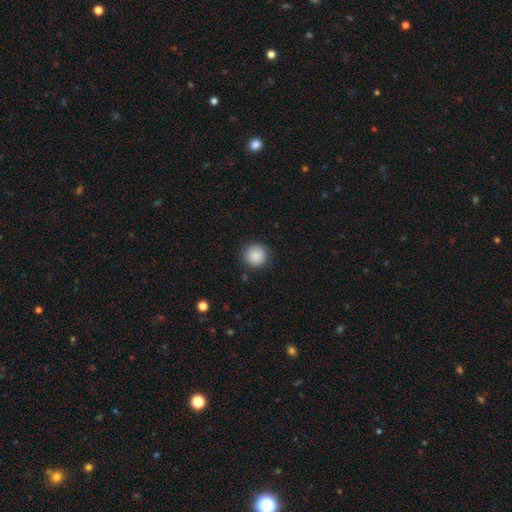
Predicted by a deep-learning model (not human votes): The model was most divided on "merging": none: 86%, minor disturbance: 10%, major disturbance: 3%, merger: 1%. More confident: how rounded — round (94%); smooth or featured — smooth (87%).